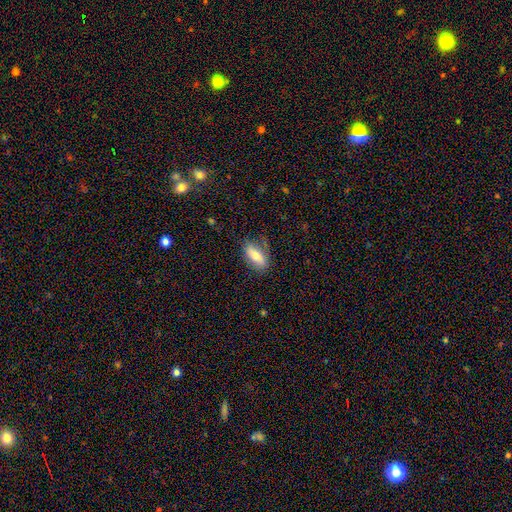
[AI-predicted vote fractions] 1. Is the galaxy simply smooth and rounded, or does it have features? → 68% smooth, 25% featured or disk, 7% star or artifact.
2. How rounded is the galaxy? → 80% in between, 17% cigar-shaped, 4% round.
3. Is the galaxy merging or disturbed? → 72% none, 20% minor disturbance, 6% major disturbance, 2% merger.